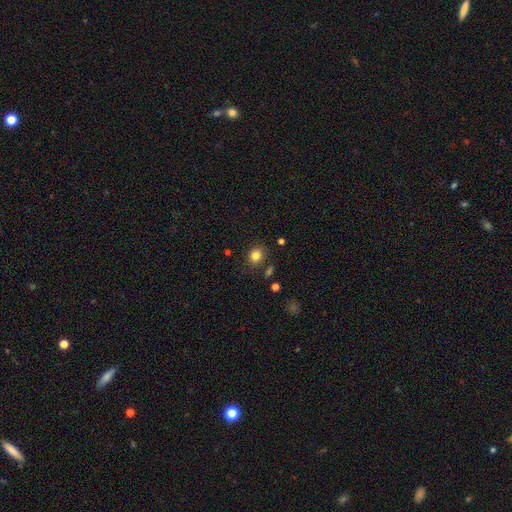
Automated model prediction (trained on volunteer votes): This is clearly a smooth galaxy (82%). How rounded: possibly round (57%). Merging: clearly none (81%).